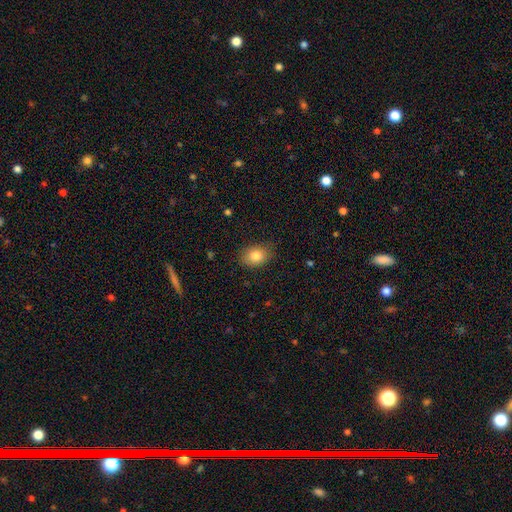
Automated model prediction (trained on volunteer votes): The model was most divided on "how rounded": in between: 68%, round: 31%, cigar-shaped: 1%. More confident: smooth or featured — smooth (82%); merging — none (82%).